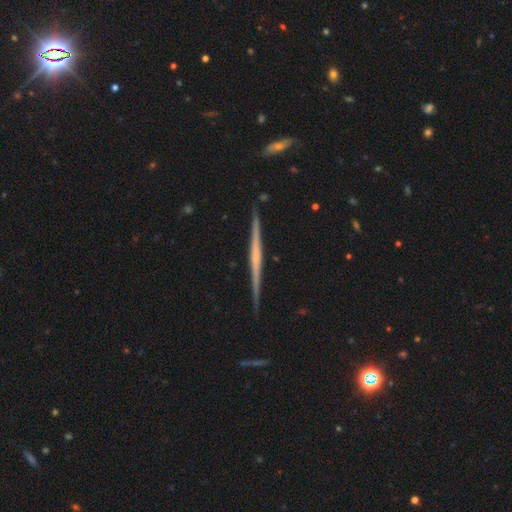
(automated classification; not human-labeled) This is likely a featured or disk galaxy (74%). It is clearly viewed edge-on (98%). Edge-on bulge: likely none (68%). Merging: clearly none (91%).